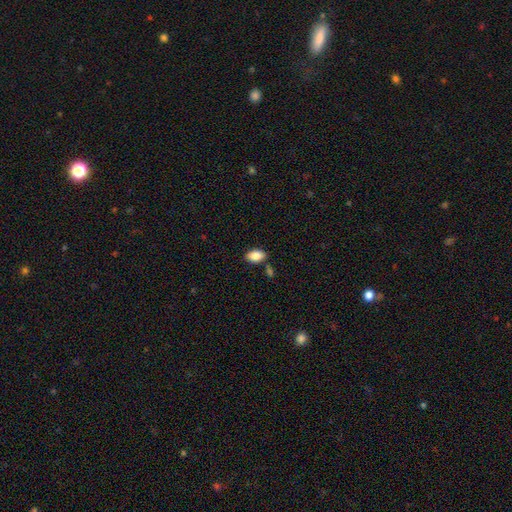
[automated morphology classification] Q: Smooth or featured?
A: smooth (87%); runner-up: star or artifact (7%)
Q: How rounded?
A: in between (92%); runner-up: round (6%)
Q: Merging?
A: none (77%); runner-up: minor disturbance (12%)